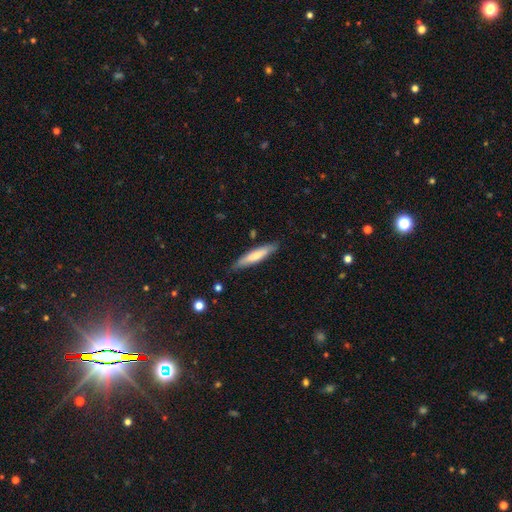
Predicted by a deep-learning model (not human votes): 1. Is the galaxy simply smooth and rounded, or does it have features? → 62% smooth, 33% featured or disk, 6% star or artifact.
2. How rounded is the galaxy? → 85% cigar-shaped, 14% in between, 1% round.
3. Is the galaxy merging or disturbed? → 82% none, 14% minor disturbance, 2% major disturbance, 2% merger.